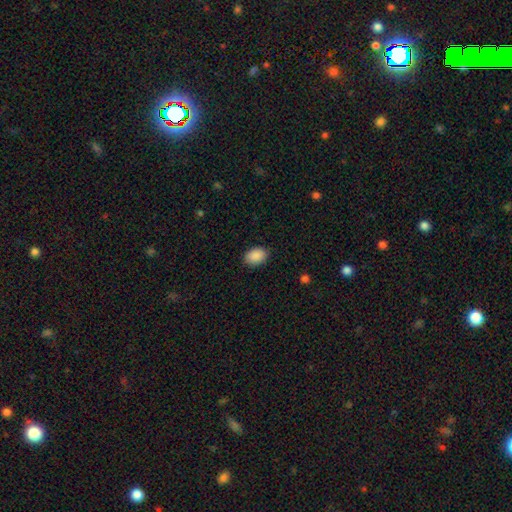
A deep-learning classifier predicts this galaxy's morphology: smooth 90%, star or artifact 7%, featured or disk 3%. Down the decision tree: how rounded — in between (81%); merging — none (87%).